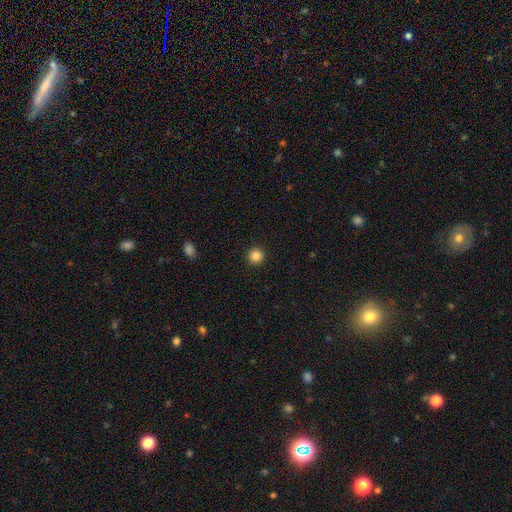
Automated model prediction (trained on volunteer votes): Morphology: type=smooth (86%); roundness=round (95%); merging=none (93%).